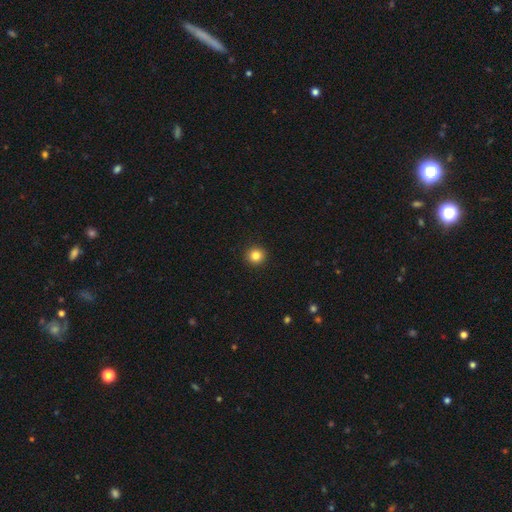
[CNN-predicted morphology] Q: Smooth or featured?
A: smooth (84%); runner-up: star or artifact (11%)
Q: How rounded?
A: round (95%); runner-up: in between (4%)
Q: Merging?
A: none (94%); runner-up: minor disturbance (4%)